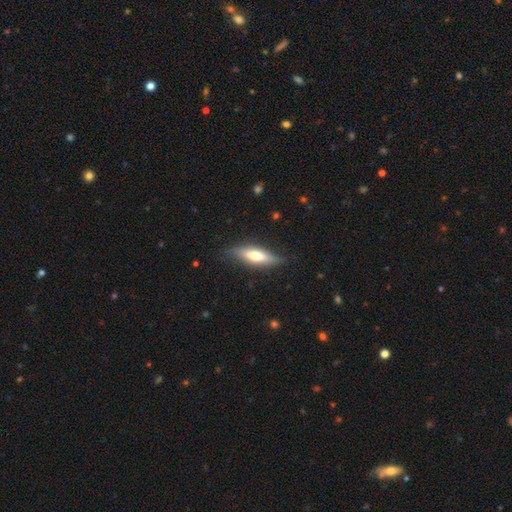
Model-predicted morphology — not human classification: A smooth galaxy with no disk features (58%) that is cigar-shaped (56%). Merging: none (79%).